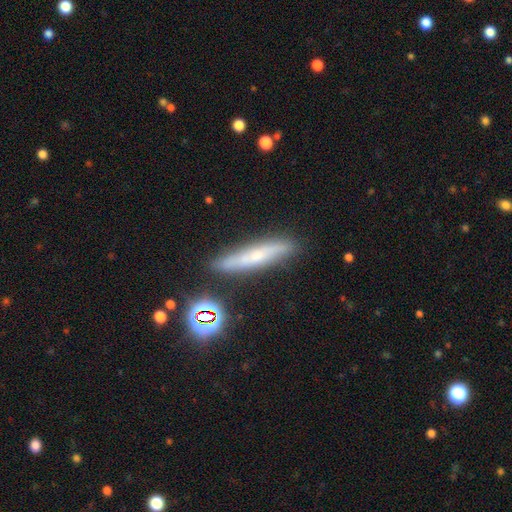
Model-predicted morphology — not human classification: This is marginally a smooth galaxy (44%). Merging: clearly none (81%).